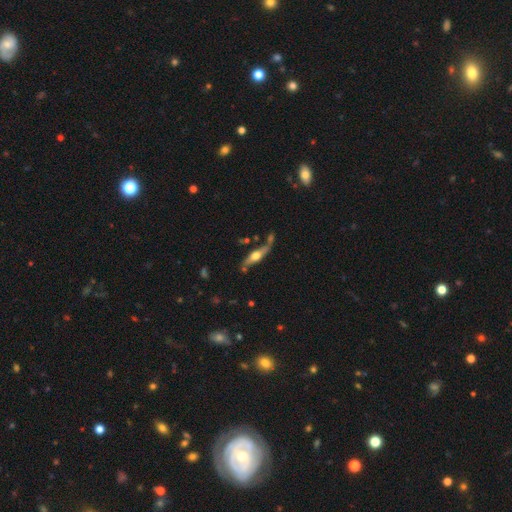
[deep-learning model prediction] featured or disk 64%, smooth 30%, star or artifact 6%. Down the decision tree: edge-on disk — yes (85%); edge-on bulge — rounded (93%); merging — none (63%).